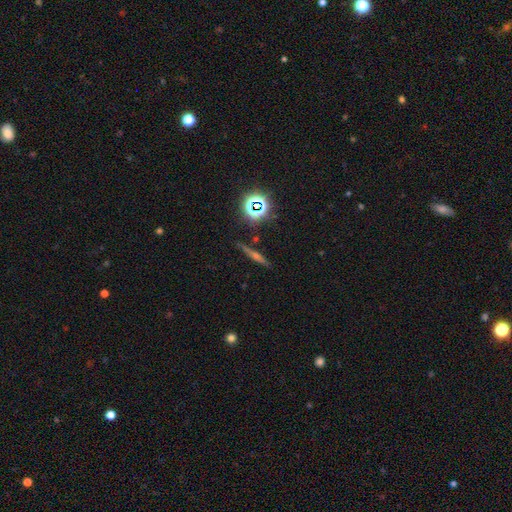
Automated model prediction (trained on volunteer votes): Overall: featured or disk (51%; star or artifact 26%). Edge-on disk: yes (94%). Merging: none (88%).